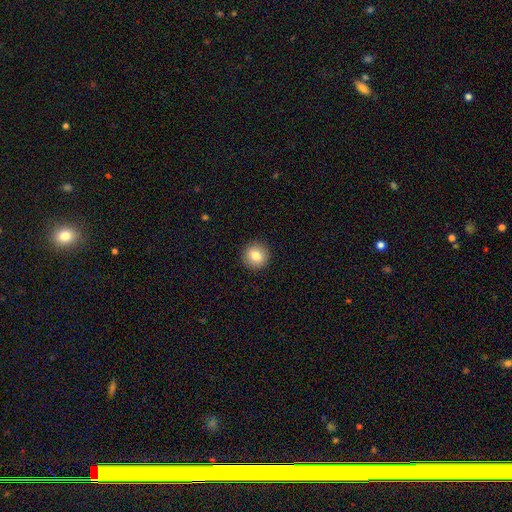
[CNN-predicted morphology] Smooth or featured? smooth (81%)
How rounded? round (91%)
Merging? none (92%)